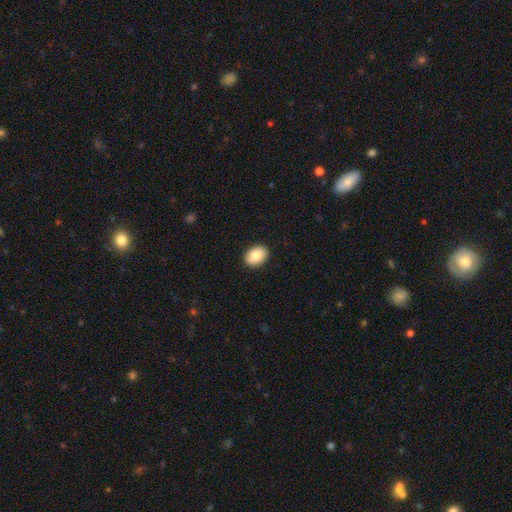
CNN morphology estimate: Smooth or featured? Predicted: smooth (p=0.87). How rounded? Predicted: in between (p=0.75). Merging? Predicted: none (p=0.90).